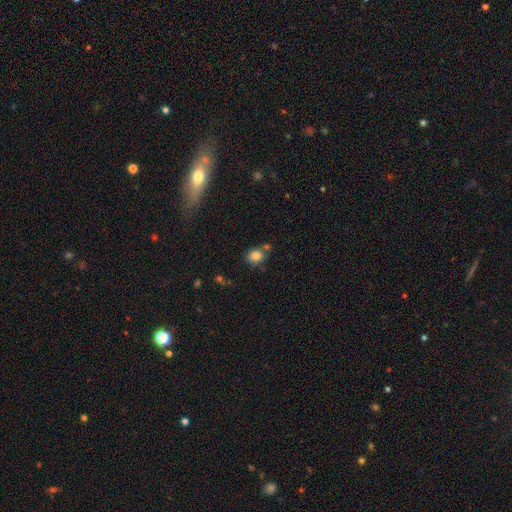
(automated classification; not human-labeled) smooth 82%, star or artifact 11%, featured or disk 7%. Down the decision tree: how rounded — round (56%); merging — none (65%).